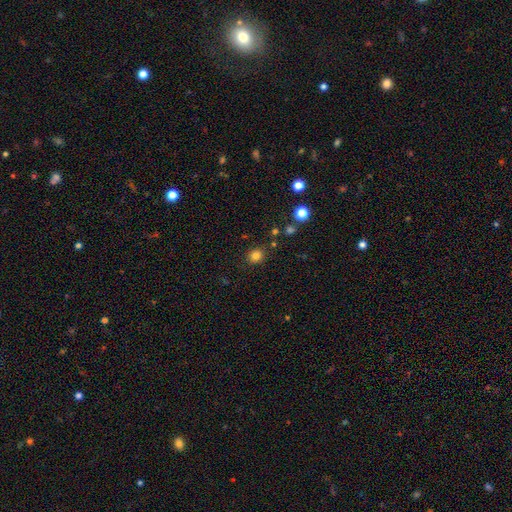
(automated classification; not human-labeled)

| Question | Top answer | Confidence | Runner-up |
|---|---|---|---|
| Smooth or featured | smooth | 81% | star or artifact (14%) |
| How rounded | round | 81% | in between (18%) |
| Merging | none | 86% | minor disturbance (8%) |